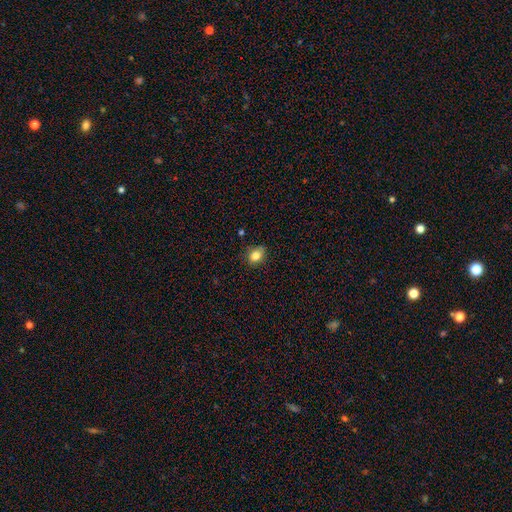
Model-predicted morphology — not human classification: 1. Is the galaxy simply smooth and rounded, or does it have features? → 81% smooth, 10% star or artifact, 9% featured or disk.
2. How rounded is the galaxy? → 60% in between, 39% round, 2% cigar-shaped.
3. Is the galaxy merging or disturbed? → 77% none, 18% minor disturbance, 3% major disturbance, 2% merger.